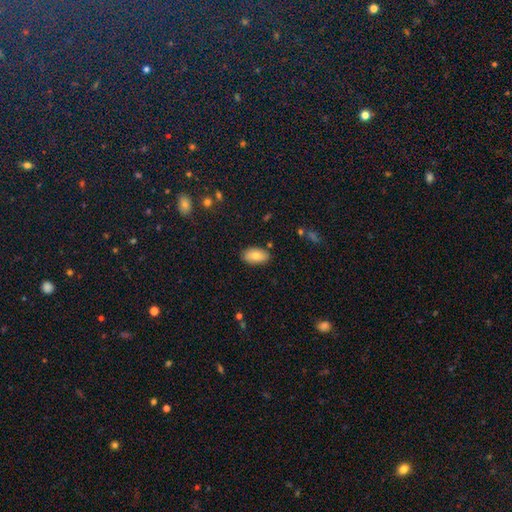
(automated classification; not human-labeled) Smooth or featured?
  - smooth: 81% *
  - featured or disk: 12%
  - star or artifact: 7%
How rounded?
  - in between: 94% *
  - round: 3%
  - cigar-shaped: 3%
Merging?
  - none: 84% *
  - minor disturbance: 11%
  - major disturbance: 2%
  - merger: 2%